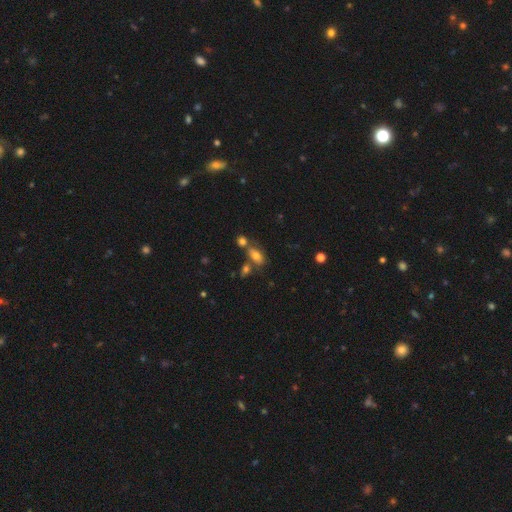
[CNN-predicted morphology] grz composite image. It shows a smooth galaxy with no disk features (71%) that is in between round and cigar-shaped (84%). Merging: none (52%).